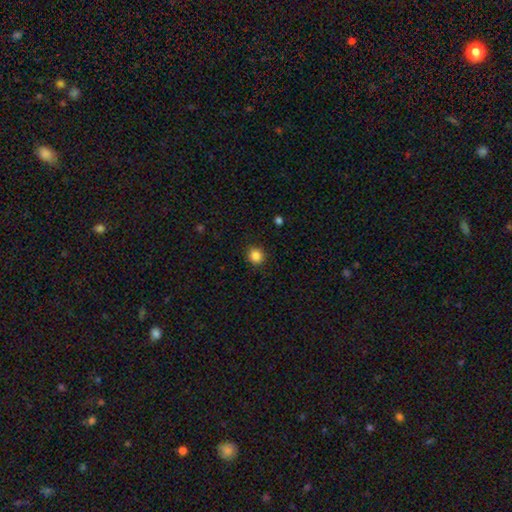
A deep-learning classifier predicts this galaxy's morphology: smooth-or-featured: smooth: 85% | star or artifact: 11% | featured or disk: 4%
  how-rounded: round: 85% | in between: 14% | cigar-shaped: 1%
  merging: none: 91% | minor disturbance: 6% | major disturbance: 2% | merger: 1%